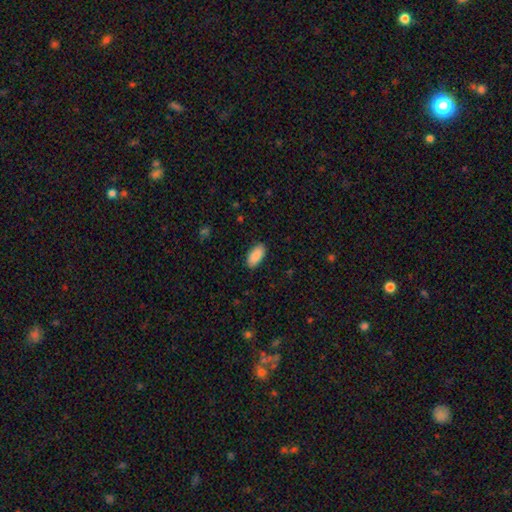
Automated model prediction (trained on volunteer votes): Smooth or featured? Predicted: smooth (p=0.91). How rounded? Predicted: in between (p=0.93). Merging? Predicted: none (p=0.88).